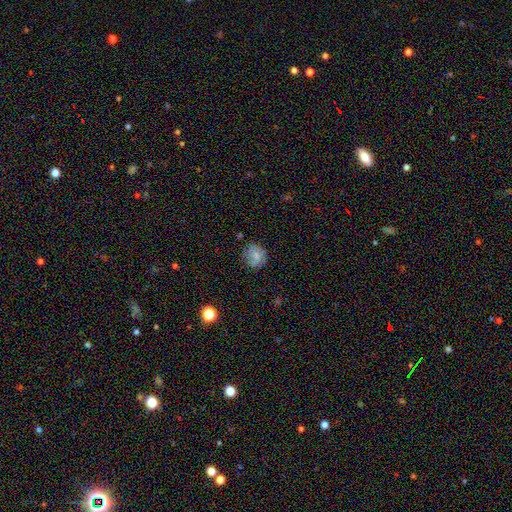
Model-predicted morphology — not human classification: Overall: smooth (73%). How rounded: round (77%). Merging: none (70%).